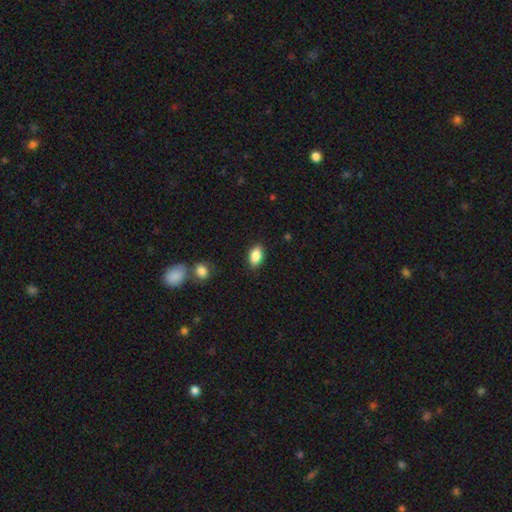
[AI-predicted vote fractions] Overall: smooth (87%). How rounded: in between (90%). Merging: none (87%).